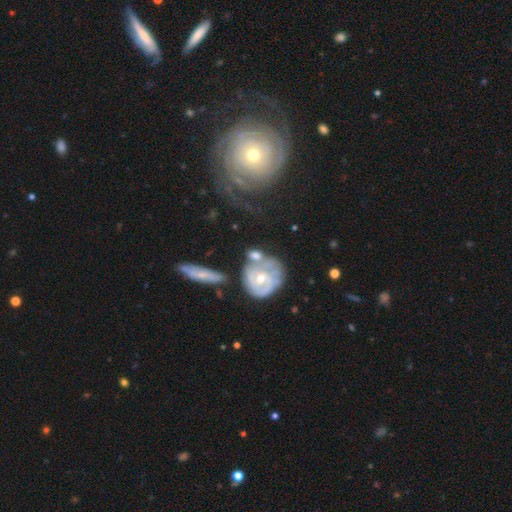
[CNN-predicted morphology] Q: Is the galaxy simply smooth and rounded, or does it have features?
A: featured or disk — 60%.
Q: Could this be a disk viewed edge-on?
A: no — 94%.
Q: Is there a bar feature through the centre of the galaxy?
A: no — 72%.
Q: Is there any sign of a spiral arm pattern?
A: yes — 63%.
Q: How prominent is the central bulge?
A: moderate — 57%.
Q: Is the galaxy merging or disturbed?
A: none — 35%.